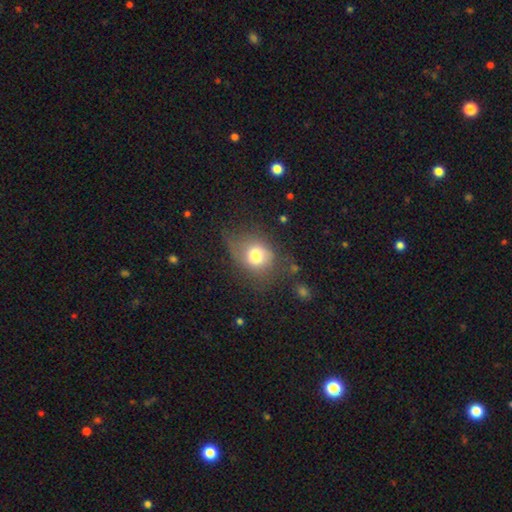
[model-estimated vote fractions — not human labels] Morphology: type=smooth (70%); roundness=round (59%); merging=none (44%).